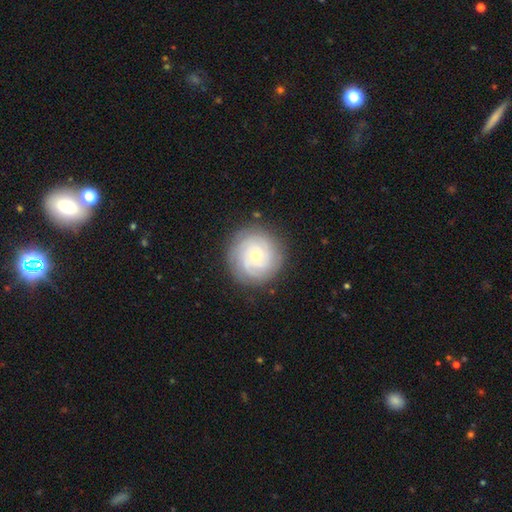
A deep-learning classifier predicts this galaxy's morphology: smooth_or_featured: featured or disk (p=0.75) [alt: smooth p=0.18]
disk_edge_on: no (p=0.98) [alt: yes p=0.02]
bar: no (p=0.80) [alt: weak p=0.16]
has_spiral_arms: yes (p=0.93) [alt: no p=0.07]
spiral_winding: tight (p=0.79) [alt: medium p=0.16]
spiral_arm_count: can't tell (p=0.33) [alt: 3 p=0.24]
bulge_size: small (p=0.59) [alt: moderate p=0.37]
merging: none (p=0.85) [alt: minor disturbance p=0.10]